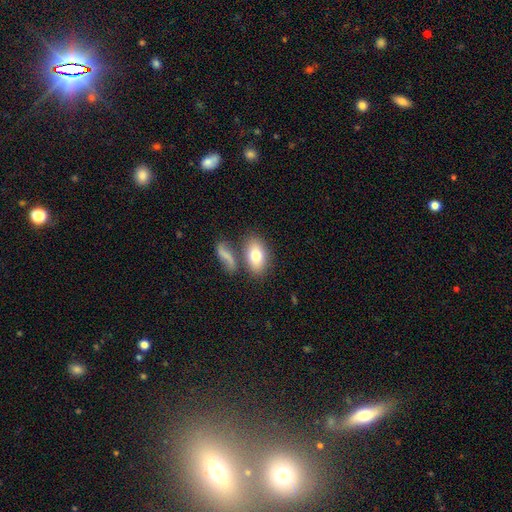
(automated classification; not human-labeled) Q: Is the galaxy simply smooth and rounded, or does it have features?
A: smooth — 76%.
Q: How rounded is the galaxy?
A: in between — 88%.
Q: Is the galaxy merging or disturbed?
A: none — 64%.